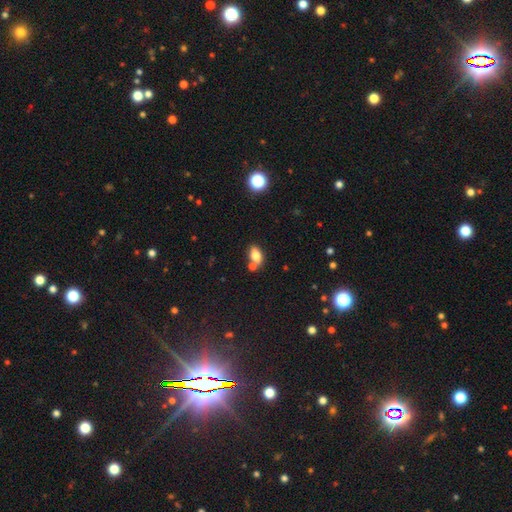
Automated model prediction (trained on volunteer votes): This is likely a smooth galaxy (76%). How rounded: clearly in between (87%). Merging: possibly none (60%).